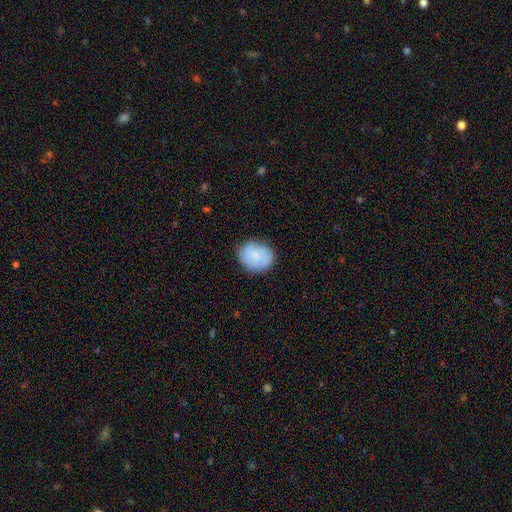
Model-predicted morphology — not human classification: Smooth or featured? smooth (71%)
How rounded? round (55%)
Merging? none (76%)